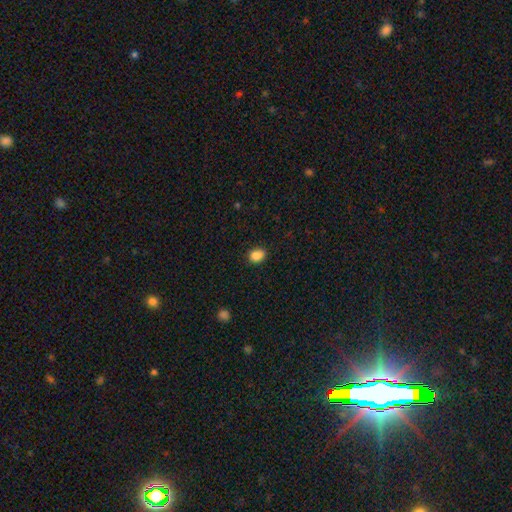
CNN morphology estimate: Q: Smooth or featured?
A: smooth (87%); runner-up: star or artifact (10%)
Q: How rounded?
A: in between (57%); runner-up: round (42%)
Q: Merging?
A: none (85%); runner-up: minor disturbance (12%)